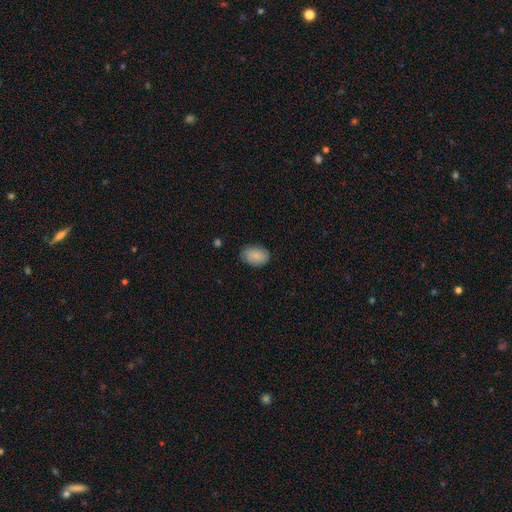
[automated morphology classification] smooth-or-featured: smooth: 86% | featured or disk: 8% | star or artifact: 7%
  how-rounded: in between: 84% | round: 15% | cigar-shaped: 1%
  merging: none: 81% | minor disturbance: 15% | major disturbance: 3% | merger: 1%